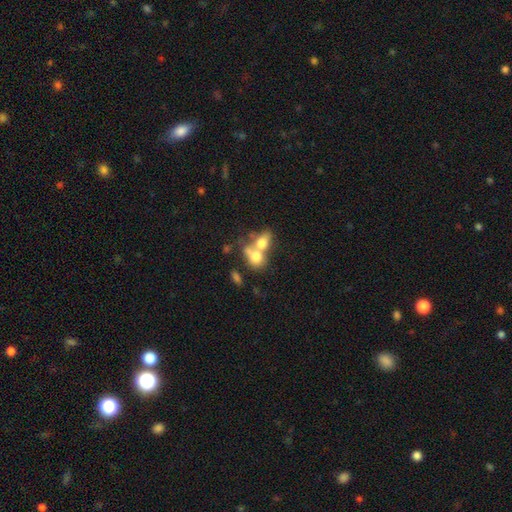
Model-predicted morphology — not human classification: smooth_or_featured: smooth (p=0.70) [alt: featured or disk p=0.22]
how_rounded: in between (p=0.65) [alt: round p=0.33]
merging: merger (p=0.72) [alt: none p=0.17]